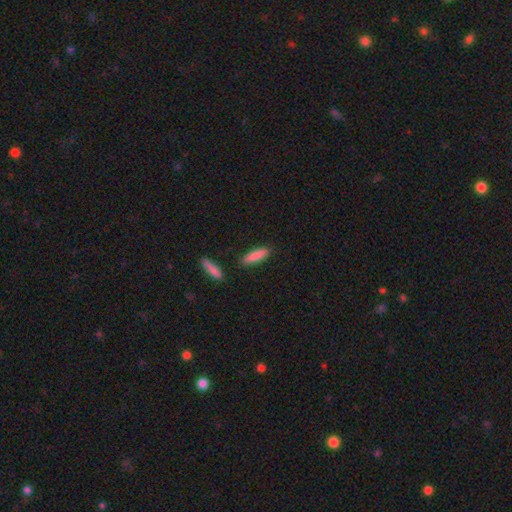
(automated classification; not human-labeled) This appears to be a smooth galaxy with no disk features (86%) that is cigar-shaped (63%). Merging: none (84%).